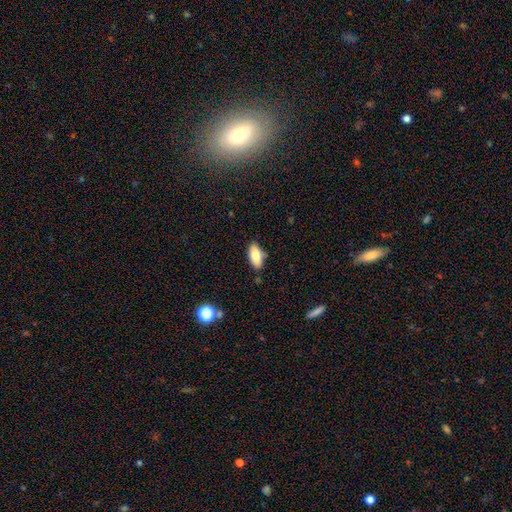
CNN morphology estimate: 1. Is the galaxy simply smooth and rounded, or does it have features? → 79% smooth, 13% featured or disk, 7% star or artifact.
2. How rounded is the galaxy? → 87% in between, 10% cigar-shaped, 3% round.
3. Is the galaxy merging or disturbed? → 83% none, 12% minor disturbance, 2% merger, 2% major disturbance.